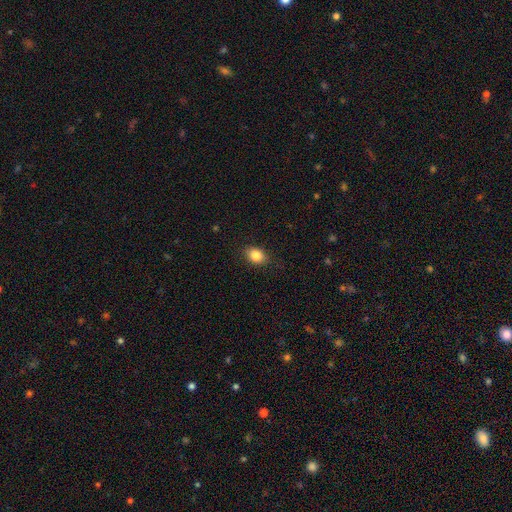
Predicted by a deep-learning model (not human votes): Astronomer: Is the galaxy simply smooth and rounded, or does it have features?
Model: smooth — 85%.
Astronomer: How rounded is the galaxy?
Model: in between — 73%.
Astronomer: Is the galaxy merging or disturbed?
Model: none — 86%.